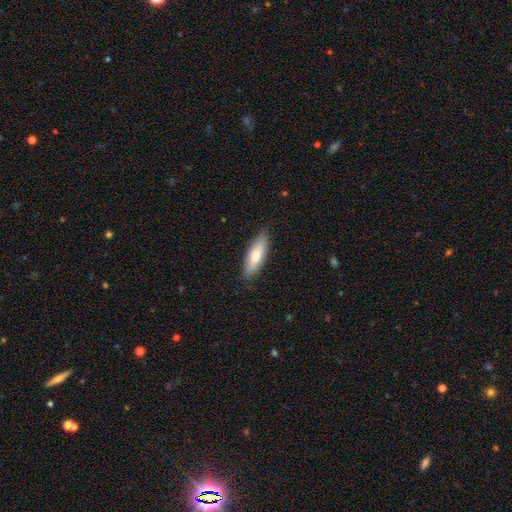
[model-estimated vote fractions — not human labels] smooth_or_featured: smooth (p=0.72) [alt: featured or disk p=0.22]
how_rounded: in between (p=0.54) [alt: cigar-shaped p=0.44]
merging: none (p=0.84) [alt: minor disturbance p=0.13]